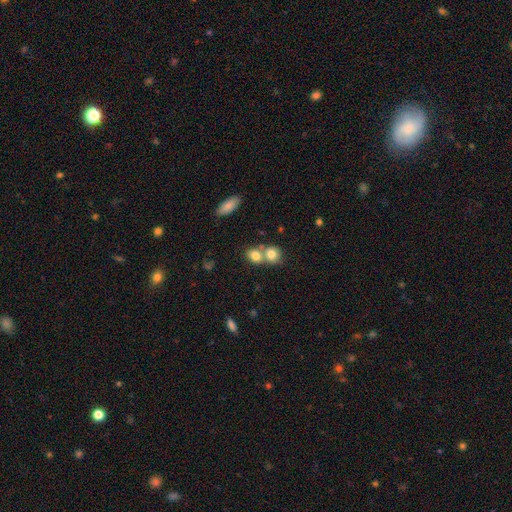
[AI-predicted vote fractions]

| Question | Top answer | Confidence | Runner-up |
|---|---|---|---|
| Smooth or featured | smooth | 79% | featured or disk (11%) |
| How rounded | round | 55% | in between (43%) |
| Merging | merger | 58% | none (33%) |